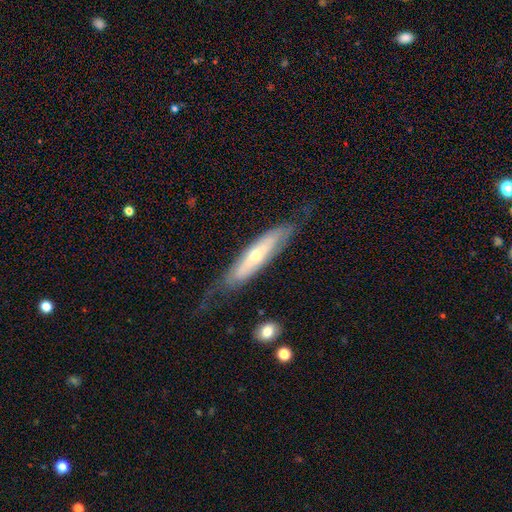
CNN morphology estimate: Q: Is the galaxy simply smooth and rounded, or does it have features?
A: featured or disk — 61%.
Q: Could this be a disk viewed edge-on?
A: no — 52%.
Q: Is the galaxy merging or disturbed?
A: none — 62%.